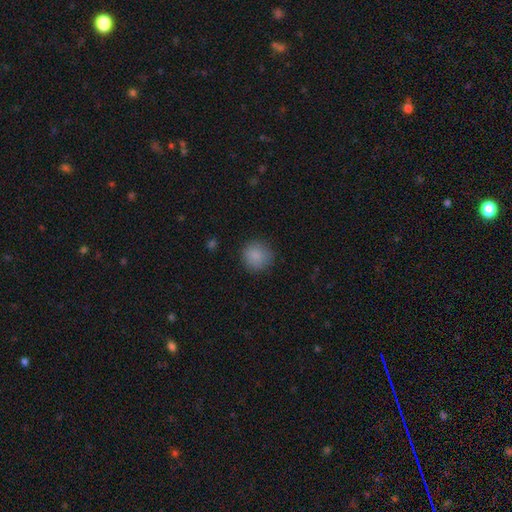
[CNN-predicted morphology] smooth_or_featured: smooth (p=0.87) [alt: star or artifact p=0.09]
how_rounded: round (p=0.93) [alt: in between p=0.06]
merging: none (p=0.86) [alt: minor disturbance p=0.10]